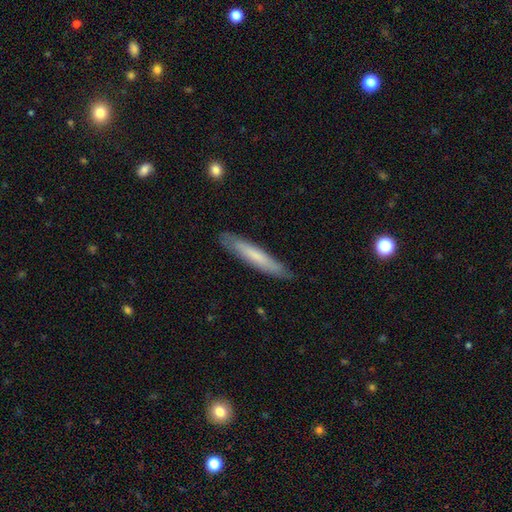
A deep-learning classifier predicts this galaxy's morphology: The model was most divided on "smooth or featured": smooth: 62%, featured or disk: 32%, star or artifact: 6%. More confident: how rounded — cigar-shaped (92%); merging — none (85%).